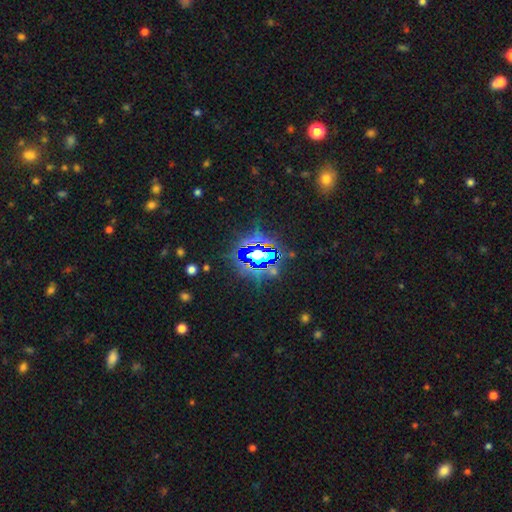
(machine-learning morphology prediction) A star or artifact, not a galaxy (77%).